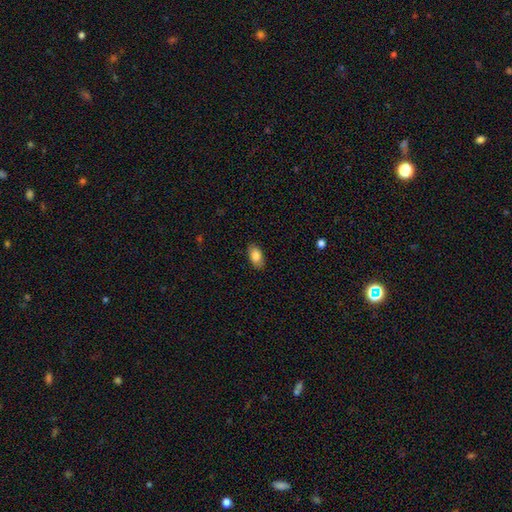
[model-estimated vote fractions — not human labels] Smooth or featured?
  - smooth: 84% *
  - featured or disk: 9%
  - star or artifact: 7%
How rounded?
  - in between: 92% *
  - round: 6%
  - cigar-shaped: 2%
Merging?
  - none: 87% *
  - minor disturbance: 10%
  - major disturbance: 2%
  - merger: 1%